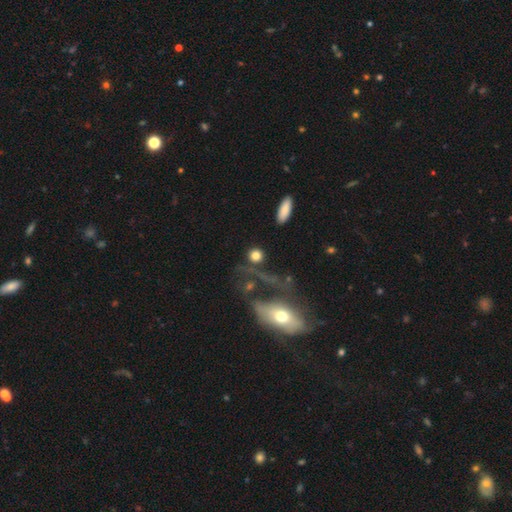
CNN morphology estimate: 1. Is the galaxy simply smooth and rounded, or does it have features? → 75% smooth, 13% featured or disk, 12% star or artifact.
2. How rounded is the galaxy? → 82% round, 15% in between, 4% cigar-shaped.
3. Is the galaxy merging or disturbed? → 58% none, 15% major disturbance, 14% minor disturbance, 13% merger.